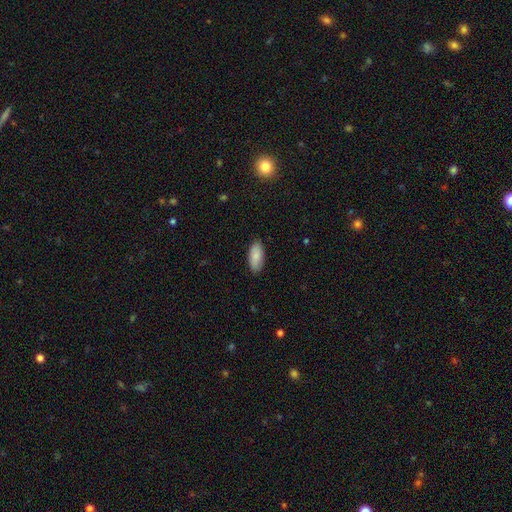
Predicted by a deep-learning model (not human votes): Overall: smooth (87%). How rounded: in between (89%). Merging: none (88%).